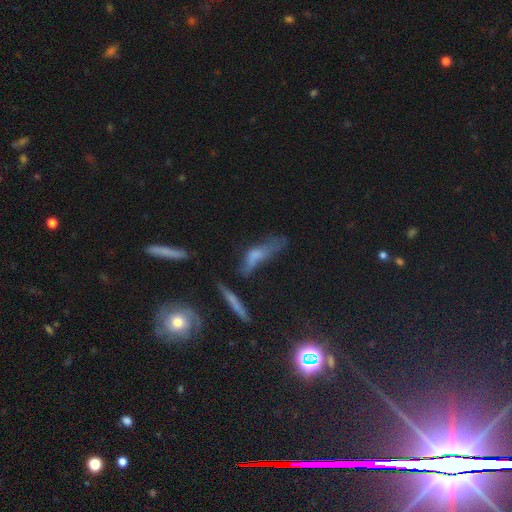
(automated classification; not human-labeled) Smooth or featured: smooth — 49% (featured or disk — 36%)
Merging: major disturbance — 34% (none — 28%)